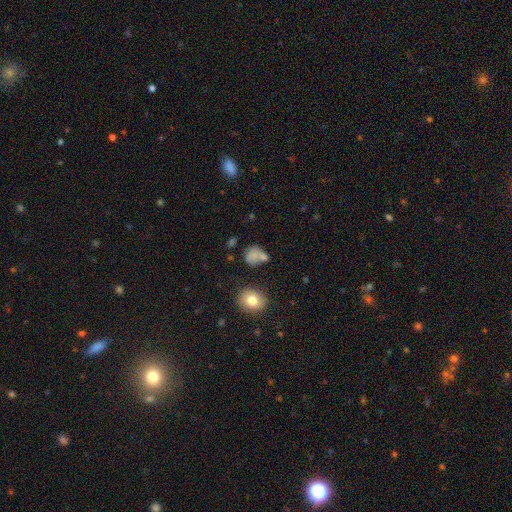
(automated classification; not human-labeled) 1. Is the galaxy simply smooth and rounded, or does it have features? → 74% smooth, 13% star or artifact, 13% featured or disk.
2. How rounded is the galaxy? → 60% round, 38% in between, 2% cigar-shaped.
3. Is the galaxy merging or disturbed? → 45% none, 23% merger, 19% minor disturbance, 12% major disturbance.